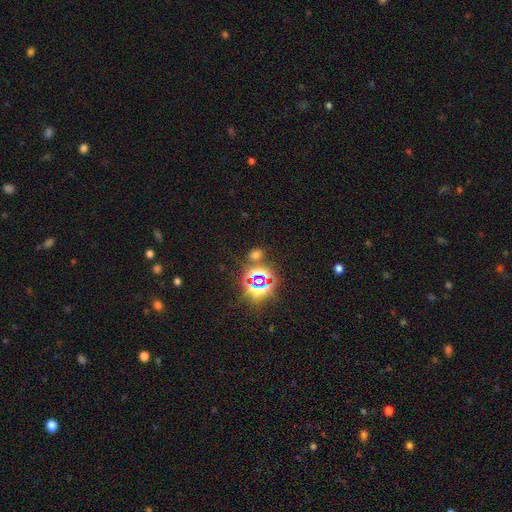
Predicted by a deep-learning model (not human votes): The model was most divided on "smooth or featured": star or artifact: 60%, smooth: 32%, featured or disk: 8%.